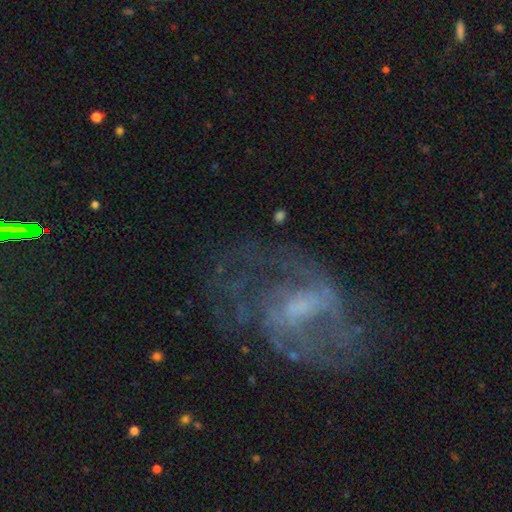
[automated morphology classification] featured or disk 76%, star or artifact 13%, smooth 11%. Down the decision tree: edge-on disk — no (96%); bar — weak (52%); spiral arms — yes (78%); spiral arm count — 2 (45%); spiral winding — medium (45%); bulge size — small (41%); merging — none (58%).